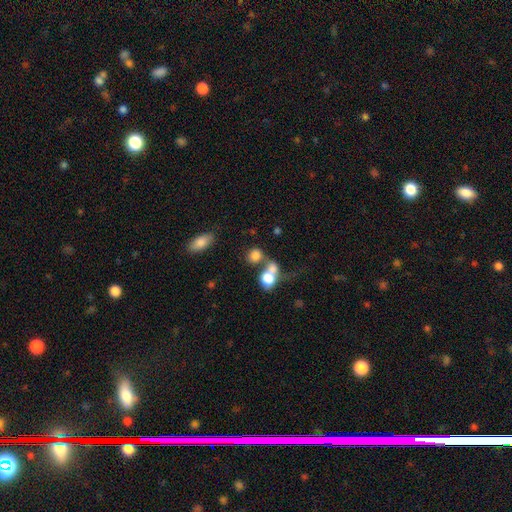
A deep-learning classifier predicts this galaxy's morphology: A smooth galaxy with no disk features (79%) that is round (66%). Merging: merger (47%).